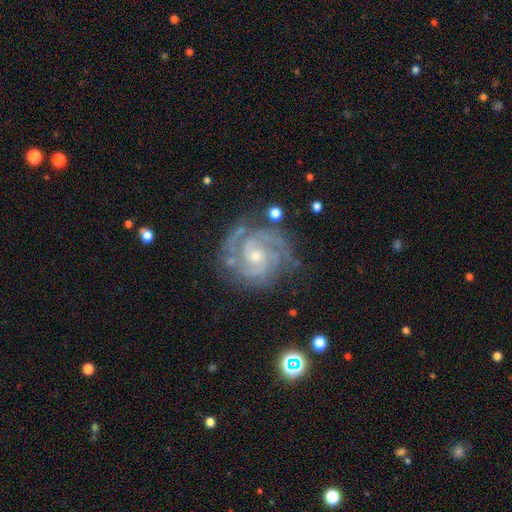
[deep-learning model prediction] Smooth or featured? Predicted: featured or disk (p=0.91). Edge-on disk? Predicted: no (p=0.98). Bar? Predicted: no (p=0.65). Spiral arms? Predicted: yes (p=0.98). Spiral winding? Predicted: tight (p=0.67). Spiral arm count? Predicted: 2 (p=0.47). Bulge size? Predicted: small (p=0.60). Merging? Predicted: none (p=0.73).